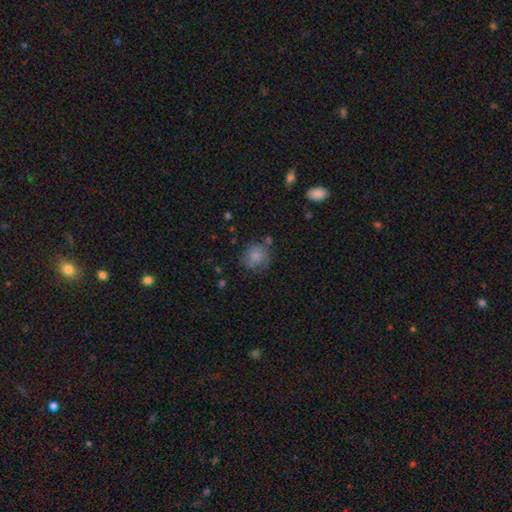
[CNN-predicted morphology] smooth 79%, featured or disk 12%, star or artifact 9%. Down the decision tree: how rounded — round (82%); merging — none (66%).